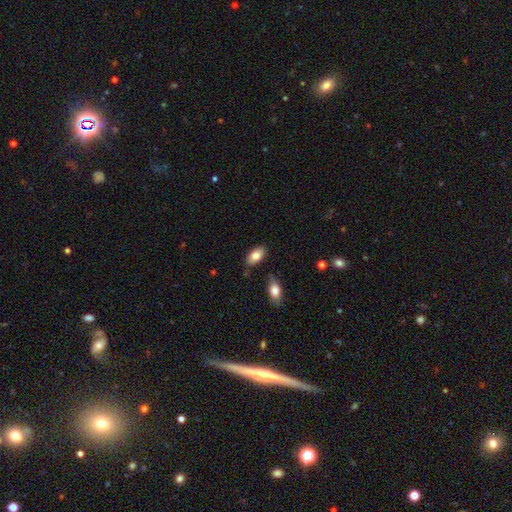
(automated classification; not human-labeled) Smooth or featured: smooth — 81% (featured or disk — 13%)
How rounded: in between — 93% (cigar-shaped — 4%)
Merging: none — 82% (minor disturbance — 12%)